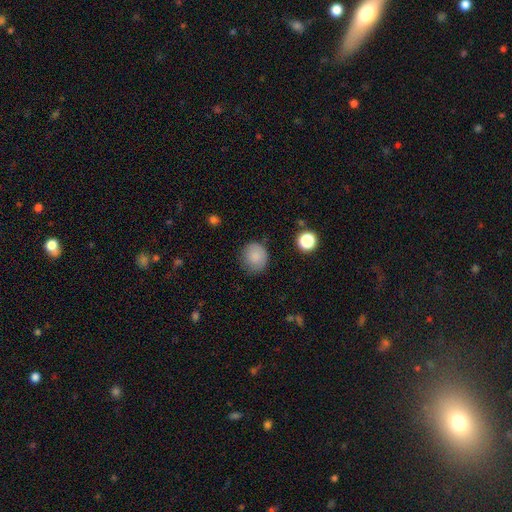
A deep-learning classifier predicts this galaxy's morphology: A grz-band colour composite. It shows a smooth galaxy with no disk features (84%) that is round (79%). Merging: none (76%).